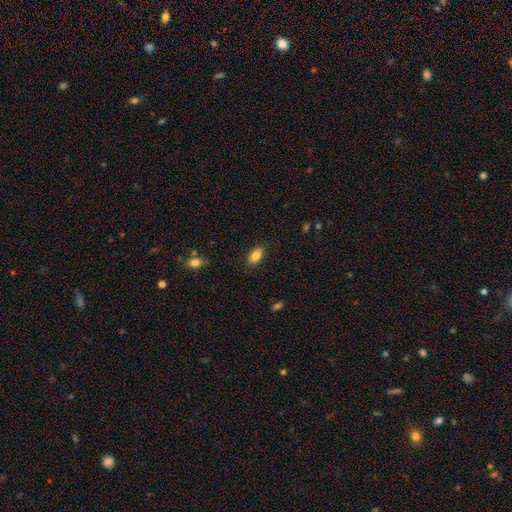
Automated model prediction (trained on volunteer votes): A smooth galaxy with no disk features (84%) that is in between round and cigar-shaped (91%).

Vote fractions:
- Smooth or featured? smooth: 84% / featured or disk: 8% / star or artifact: 8%
- How rounded? in between: 91% / round: 6% / cigar-shaped: 3%
- Merging? none: 87% / minor disturbance: 9% / major disturbance: 2% / merger: 1%